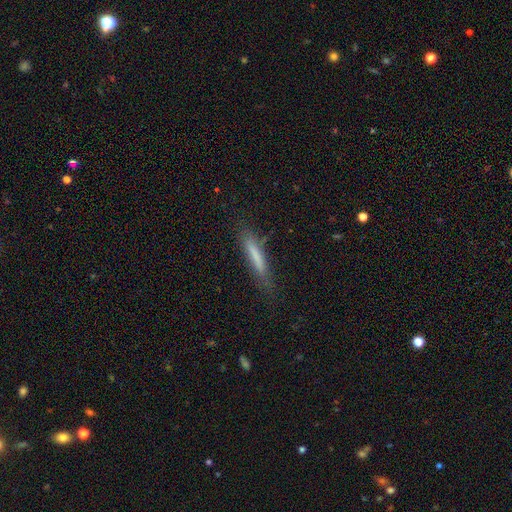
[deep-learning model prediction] Morphology: type=smooth (71%); roundness=cigar-shaped (92%); merging=none (75%).